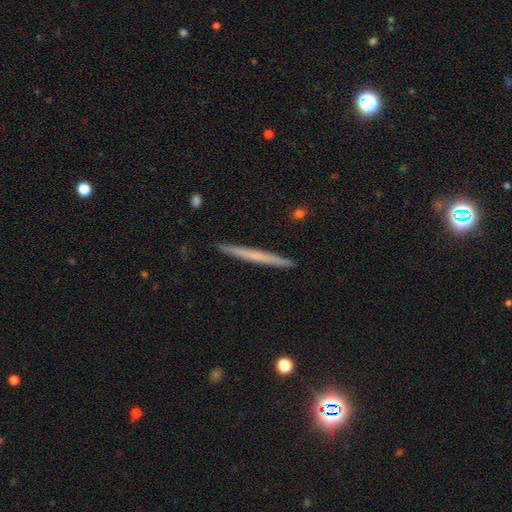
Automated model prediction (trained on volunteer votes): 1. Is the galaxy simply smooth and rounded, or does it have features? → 50% smooth, 44% featured or disk, 6% star or artifact.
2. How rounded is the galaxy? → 97% cigar-shaped, 1% in between, 1% round.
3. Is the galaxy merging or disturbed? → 92% none, 6% minor disturbance, 1% major disturbance, 1% merger.